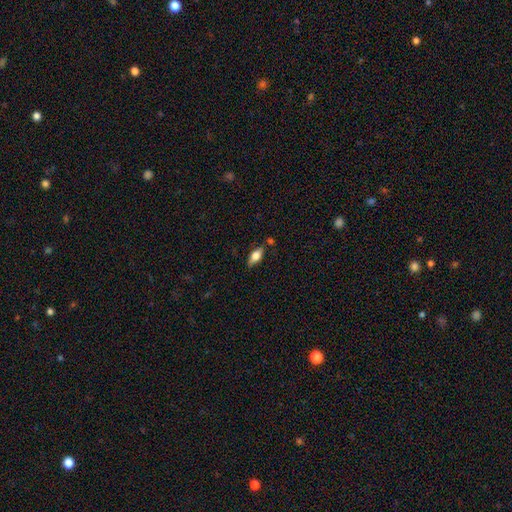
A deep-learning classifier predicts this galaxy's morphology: Smooth or featured? smooth (64%)
How rounded? in between (79%)
Merging? none (75%)